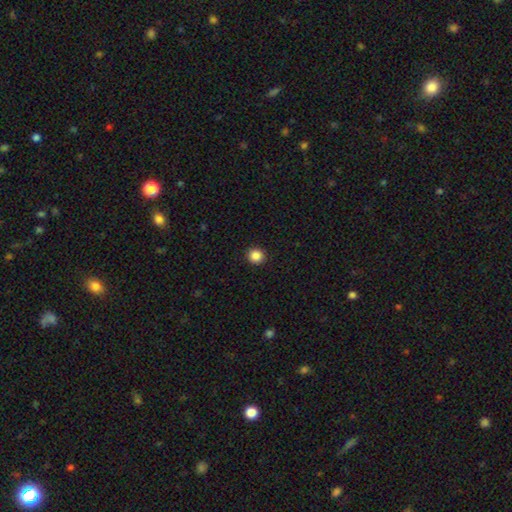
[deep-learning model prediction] smooth-or-featured: smooth: 87% | star or artifact: 10% | featured or disk: 3%
  how-rounded: round: 92% | in between: 7% | cigar-shaped: 1%
  merging: none: 93% | minor disturbance: 5% | major disturbance: 2% | merger: 1%